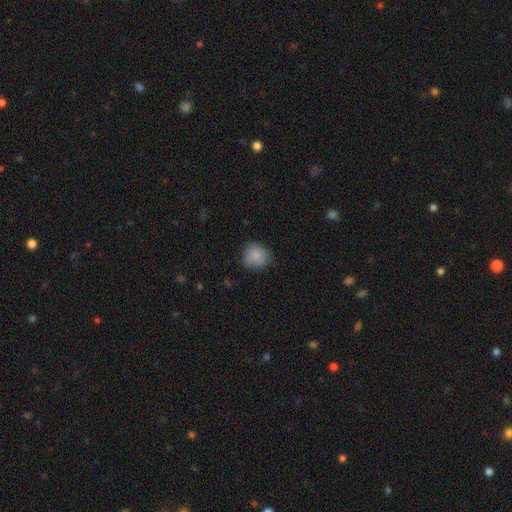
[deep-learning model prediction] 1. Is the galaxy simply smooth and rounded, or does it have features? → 85% smooth, 8% star or artifact, 6% featured or disk.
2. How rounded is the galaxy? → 82% round, 17% in between, 1% cigar-shaped.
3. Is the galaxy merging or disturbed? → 79% none, 17% minor disturbance, 4% major disturbance, 1% merger.